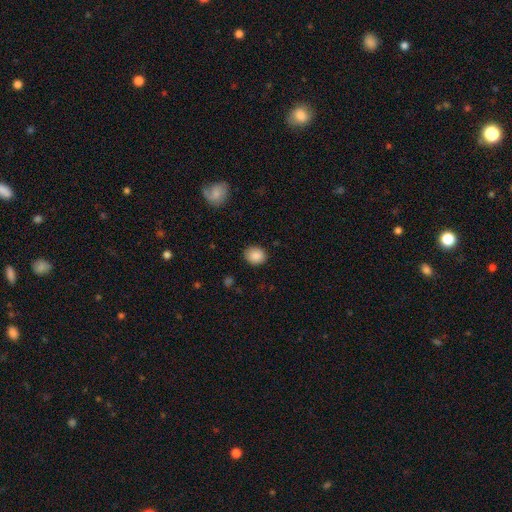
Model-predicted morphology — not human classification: A smooth galaxy with no disk features (88%) that is round (61%). Merging: none (86%).